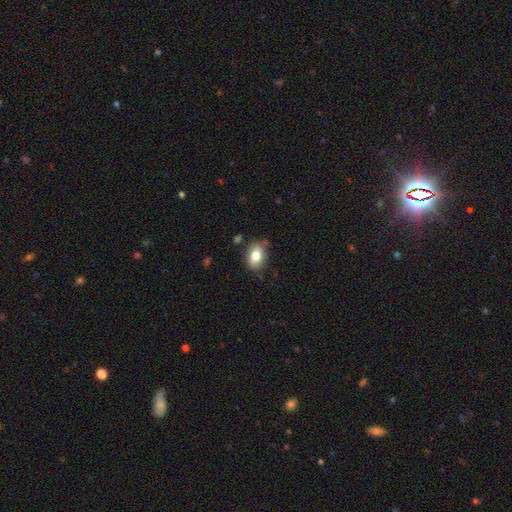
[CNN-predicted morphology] Overall: smooth (78%). How rounded: in between (83%). Merging: none (76%).